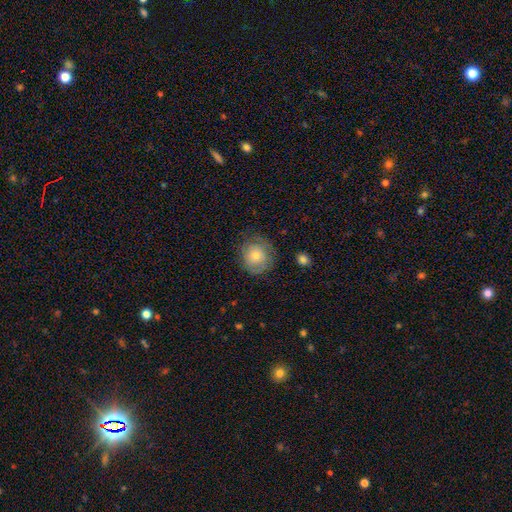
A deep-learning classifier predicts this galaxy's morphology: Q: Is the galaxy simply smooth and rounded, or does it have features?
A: smooth — 60%.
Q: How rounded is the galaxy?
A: round — 88%.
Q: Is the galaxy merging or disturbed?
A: none — 73%.